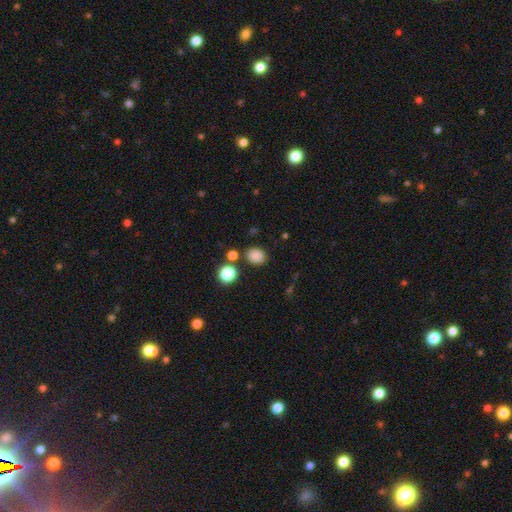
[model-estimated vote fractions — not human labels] Smooth or featured? Predicted: smooth (p=0.83). How rounded? Predicted: round (p=0.59). Merging? Predicted: none (p=0.80).